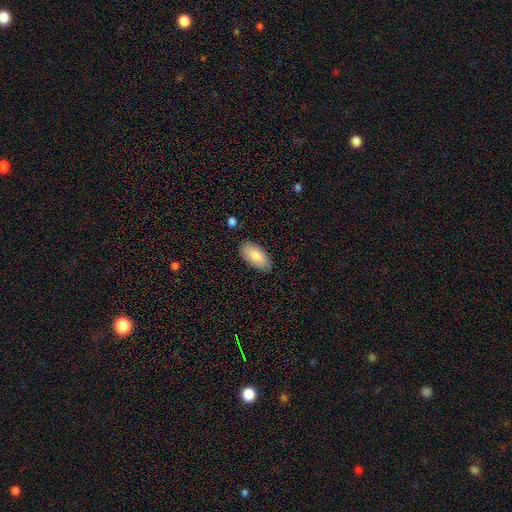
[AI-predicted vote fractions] Smooth or featured?
  - smooth: 80% *
  - featured or disk: 14%
  - star or artifact: 6%
How rounded?
  - in between: 94% *
  - cigar-shaped: 4%
  - round: 2%
Merging?
  - none: 84% *
  - minor disturbance: 12%
  - major disturbance: 2%
  - merger: 2%